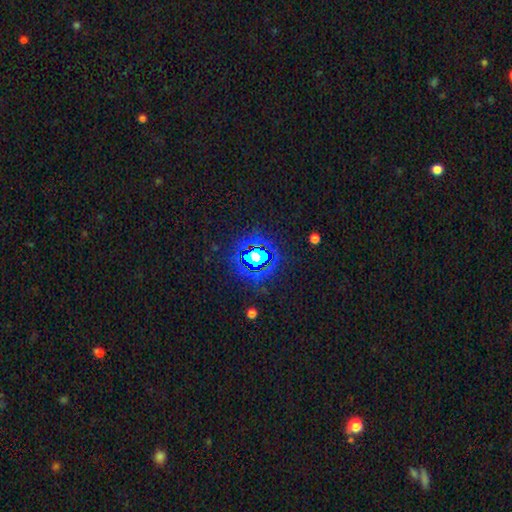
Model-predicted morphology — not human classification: smooth-or-featured: star or artifact: 76% | smooth: 14% | featured or disk: 10%